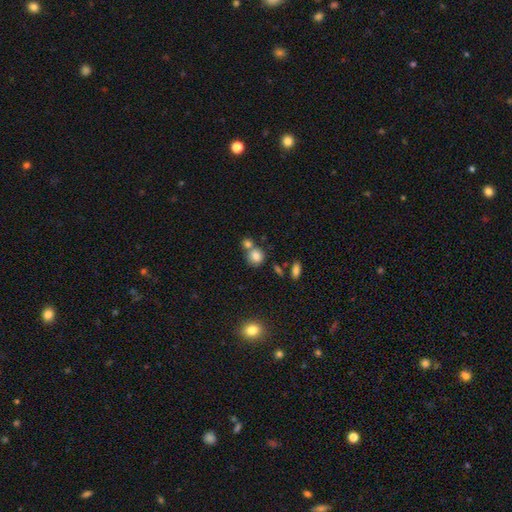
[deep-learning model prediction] This appears to be a smooth galaxy with no disk features (80%) that is round (81%). Merging: none (52%).